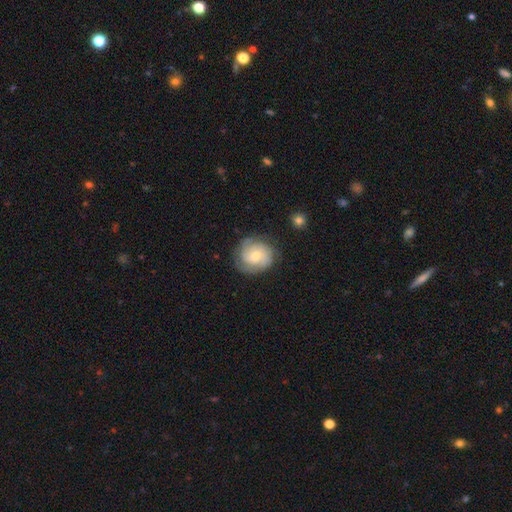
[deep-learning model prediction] Morphology: type=featured or disk (67%); edge-on=no (98%); bar=no (70%); spiral arms=yes (93%); winding=tight (62%); arm count=2 (28%, tied with can't tell and 3); bulge=small (48%); merging=none (77%).